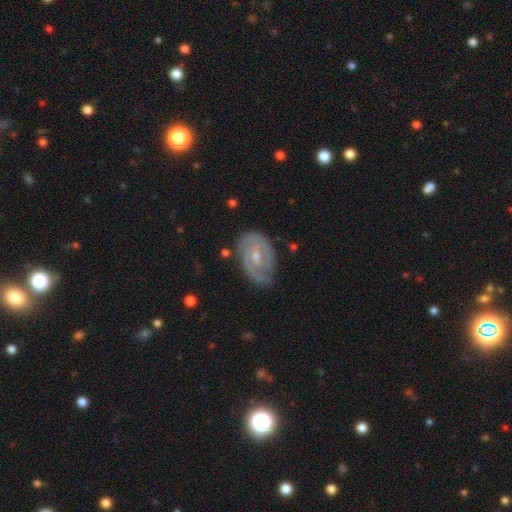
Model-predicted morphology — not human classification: A featured or disk galaxy (82%) with no bar (48%), 2 (54%) tight (61%) spiral arms (92%) and a small central bulge (54%). Merging: none (65%).